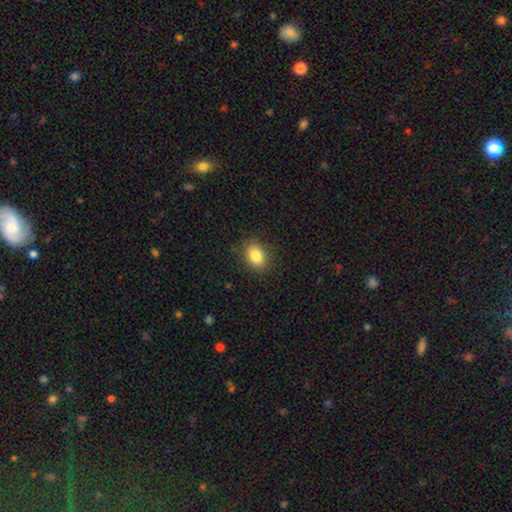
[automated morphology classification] Q: Smooth or featured?
A: smooth (85%); runner-up: star or artifact (9%)
Q: How rounded?
A: in between (76%); runner-up: round (23%)
Q: Merging?
A: none (87%); runner-up: minor disturbance (9%)